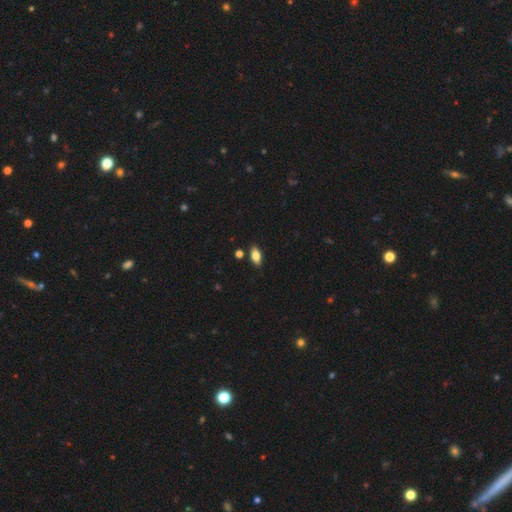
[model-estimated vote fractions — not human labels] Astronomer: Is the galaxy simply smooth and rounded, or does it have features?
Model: smooth — 79%.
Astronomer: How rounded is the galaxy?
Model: in between — 89%.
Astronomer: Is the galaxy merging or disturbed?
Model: none — 86%.